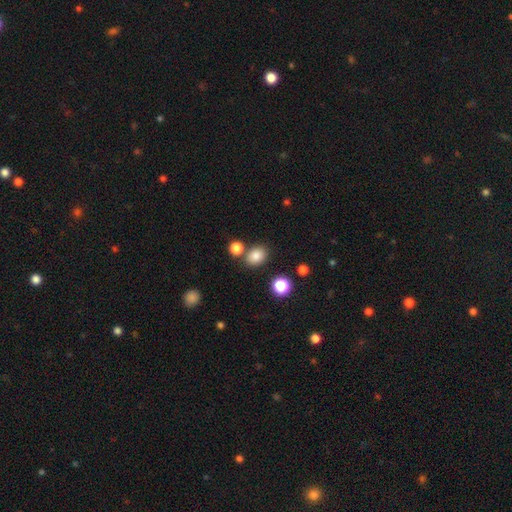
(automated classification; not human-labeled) This appears to be a smooth galaxy with no disk features (82%) that is in between round and cigar-shaped (53%). Merging: none (74%).